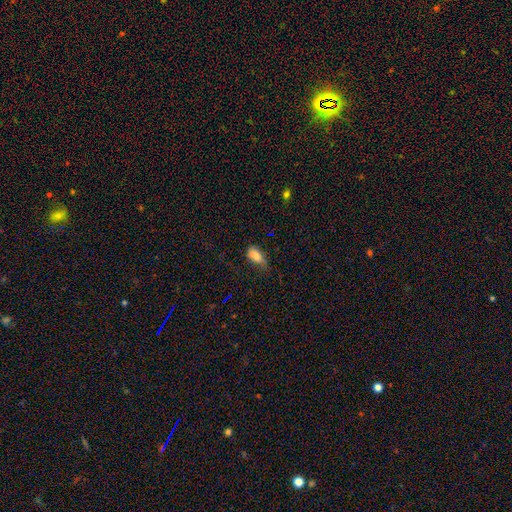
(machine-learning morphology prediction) type=smooth (81%); roundness=in between (88%); merging=none (48%).